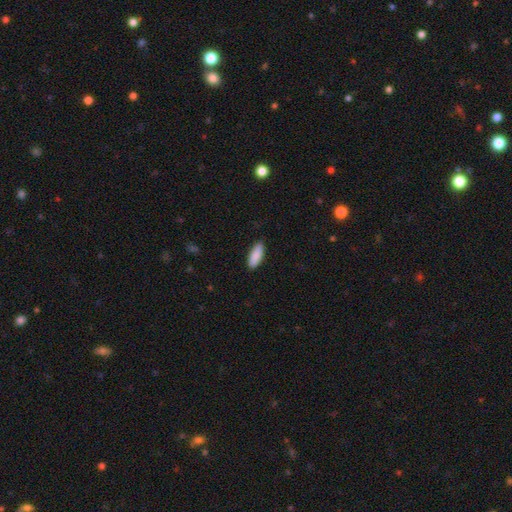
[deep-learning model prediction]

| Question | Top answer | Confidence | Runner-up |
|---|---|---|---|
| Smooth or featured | smooth | 89% | star or artifact (6%) |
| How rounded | in between | 67% | cigar-shaped (32%) |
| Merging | none | 88% | minor disturbance (10%) |